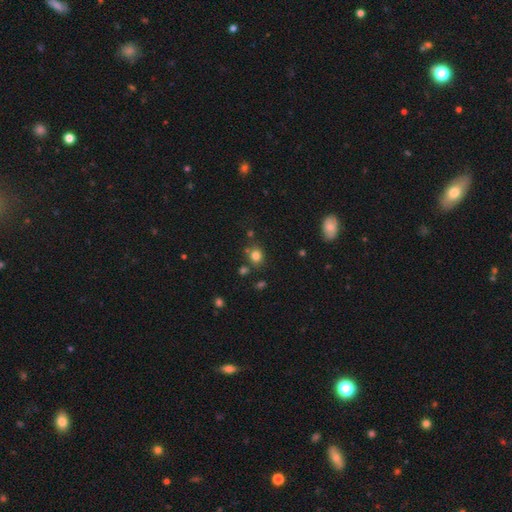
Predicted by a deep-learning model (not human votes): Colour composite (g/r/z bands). It shows a smooth galaxy with no disk features (78%) that is round (70%). Merging: none (73%).